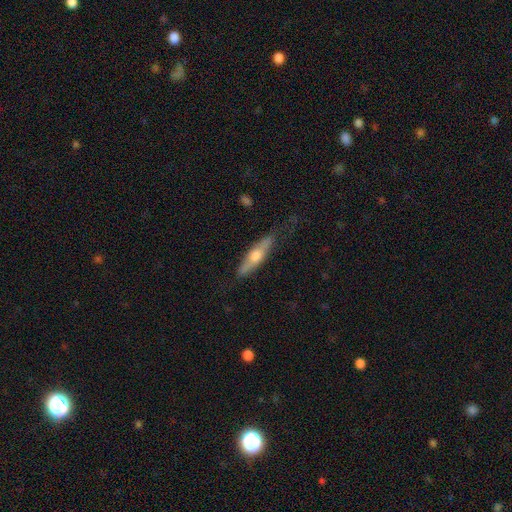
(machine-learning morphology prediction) featured or disk 50%, smooth 44%, star or artifact 5%. Down the decision tree: edge-on disk — yes (89%); merging — none (75%).